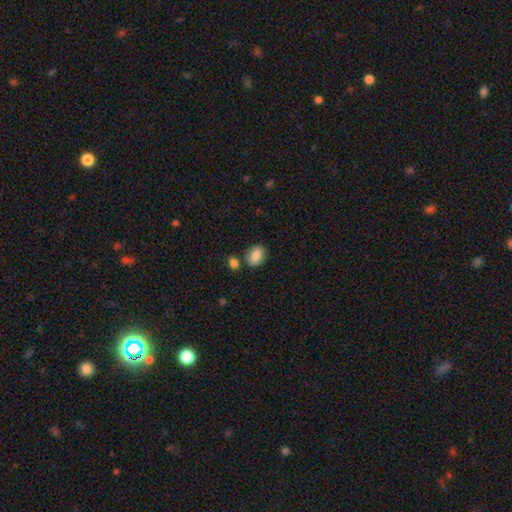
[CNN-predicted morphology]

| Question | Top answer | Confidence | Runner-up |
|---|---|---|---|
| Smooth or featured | smooth | 84% | featured or disk (8%) |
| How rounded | in between | 73% | round (25%) |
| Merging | none | 75% | minor disturbance (12%) |